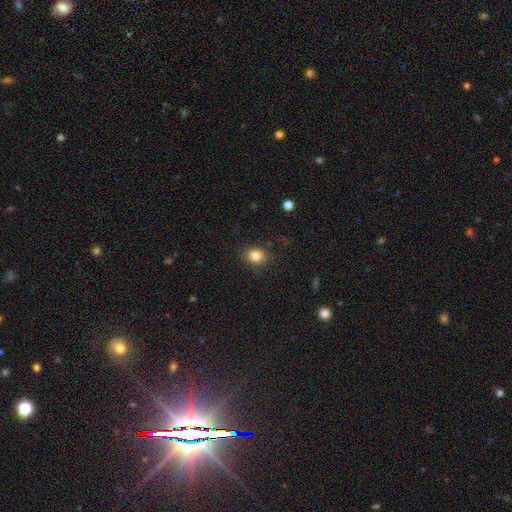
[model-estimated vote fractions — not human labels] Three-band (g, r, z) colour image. It shows a smooth galaxy with no disk features (83%) that is round (54%). Merging: none (85%).